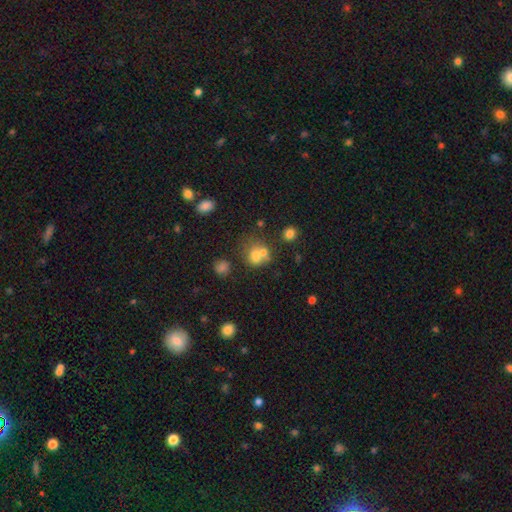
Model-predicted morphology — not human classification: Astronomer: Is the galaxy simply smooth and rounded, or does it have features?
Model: smooth — 65%.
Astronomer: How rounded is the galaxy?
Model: round — 63%.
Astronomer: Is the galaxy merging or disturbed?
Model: merger — 52% (runner-up: none, 32%).